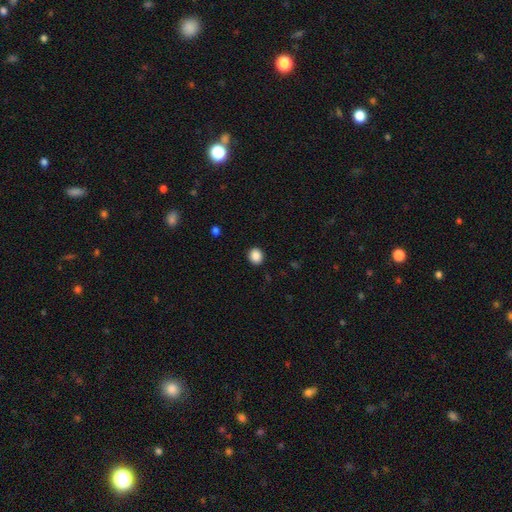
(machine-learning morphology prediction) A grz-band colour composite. It shows a smooth galaxy with no disk features (88%) that is round (81%). Merging: none (91%).